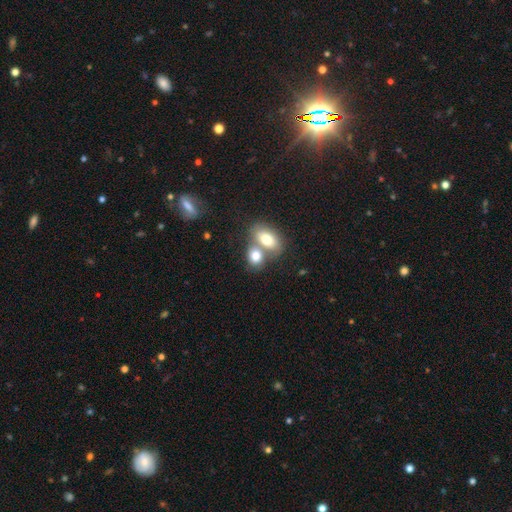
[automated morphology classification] A smooth galaxy with no disk features (76%) that is in between round and cigar-shaped (75%).

Vote fractions:
- Smooth or featured? smooth: 76% / featured or disk: 17% / star or artifact: 8%
- How rounded? in between: 75% / round: 23% / cigar-shaped: 2%
- Merging? merger: 60% / none: 29% / minor disturbance: 8% / major disturbance: 3%